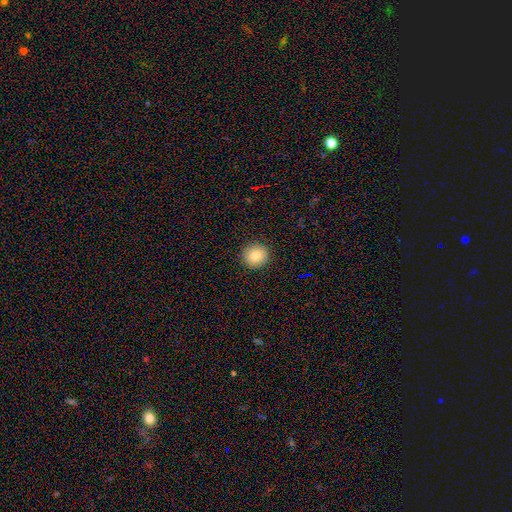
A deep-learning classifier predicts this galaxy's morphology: smooth-or-featured: smooth: 80% | star or artifact: 10% | featured or disk: 10%
  how-rounded: round: 94% | in between: 5% | cigar-shaped: 1%
  merging: none: 92% | minor disturbance: 5% | major disturbance: 2% | merger: 1%